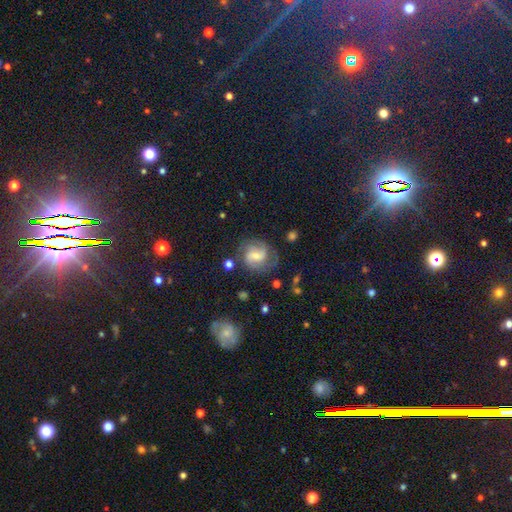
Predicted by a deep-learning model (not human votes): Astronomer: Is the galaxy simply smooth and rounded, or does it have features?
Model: featured or disk — 74%.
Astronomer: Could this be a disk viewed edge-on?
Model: no — 97%.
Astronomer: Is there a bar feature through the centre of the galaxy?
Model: weak — 51% (runner-up: no, 32%).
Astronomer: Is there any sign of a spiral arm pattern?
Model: yes — 93%.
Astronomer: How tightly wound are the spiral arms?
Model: medium — 47% (runner-up: tight, 33%).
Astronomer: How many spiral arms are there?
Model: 2 — 48%.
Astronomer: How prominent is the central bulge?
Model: small — 51% (runner-up: moderate, 38%).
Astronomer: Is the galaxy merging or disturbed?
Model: none — 69%.